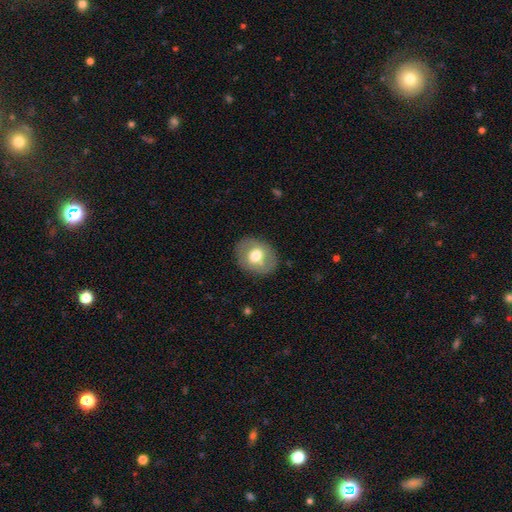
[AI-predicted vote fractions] Smooth or featured?
  - smooth: 60% *
  - featured or disk: 33%
  - star or artifact: 7%
How rounded?
  - round: 52% *
  - in between: 47%
  - cigar-shaped: 1%
Merging?
  - none: 82% *
  - minor disturbance: 12%
  - major disturbance: 5%
  - merger: 1%